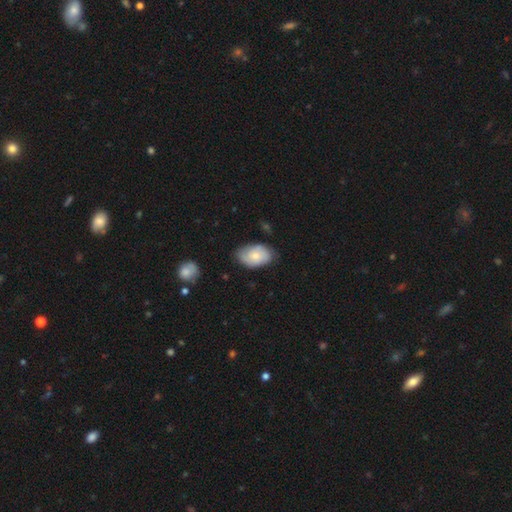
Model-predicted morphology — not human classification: Q: Smooth or featured?
A: smooth (59%); runner-up: featured or disk (35%)
Q: How rounded?
A: in between (87%); runner-up: round (12%)
Q: Merging?
A: none (68%); runner-up: minor disturbance (25%)